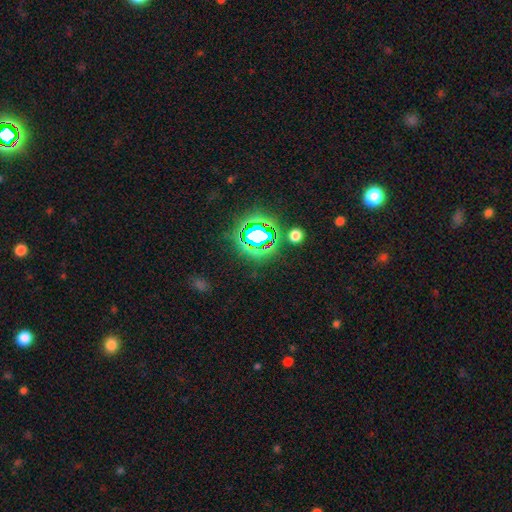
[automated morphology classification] A star or artifact, not a galaxy (81%).

Vote fractions:
- Smooth or featured? star or artifact: 81% / smooth: 13% / featured or disk: 7%